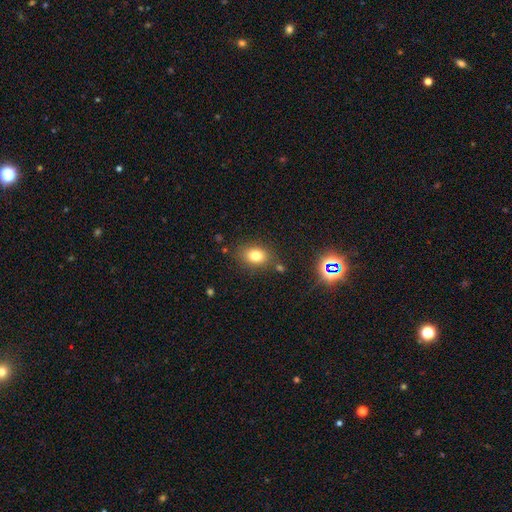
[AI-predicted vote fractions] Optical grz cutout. It shows a smooth galaxy with no disk features (78%) that is in between round and cigar-shaped (67%). Merging: none (79%).